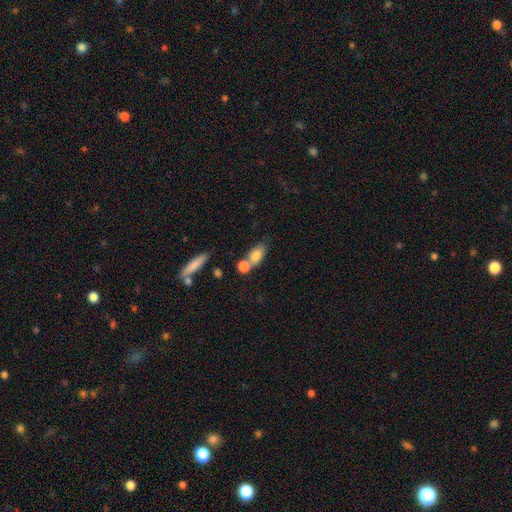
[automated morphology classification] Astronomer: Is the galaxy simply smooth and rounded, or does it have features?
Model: smooth — 79%.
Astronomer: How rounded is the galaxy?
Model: in between — 76%.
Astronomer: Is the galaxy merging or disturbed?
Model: none — 46% (runner-up: merger, 37%).